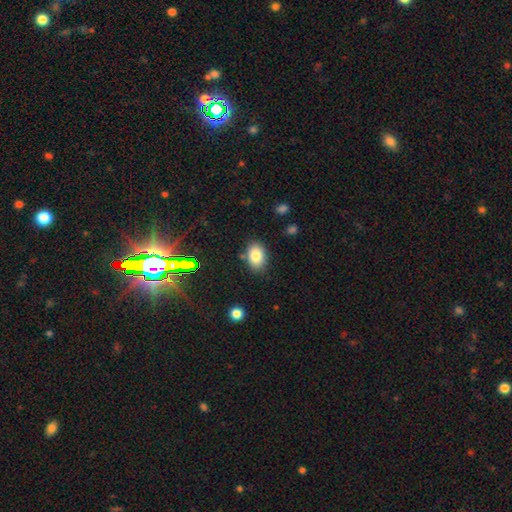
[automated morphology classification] A smooth galaxy with no disk features (81%) that is in between round and cigar-shaped (83%). Merging: none (82%).